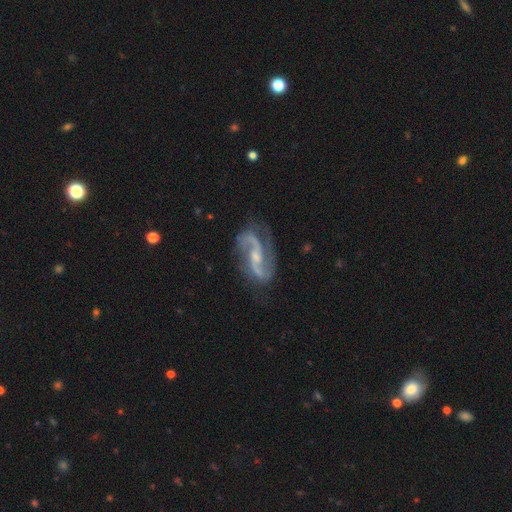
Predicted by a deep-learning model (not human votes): The model was most divided on "spiral winding": medium: 45%, loose: 43%, tight: 12%. Remaining: spiral arms — yes (98%); edge-on disk — no (97%); spiral arm count — 2 (93%); smooth or featured — featured or disk (91%); merging — none (77%); bulge size — small (56%); bar — weak (42%).